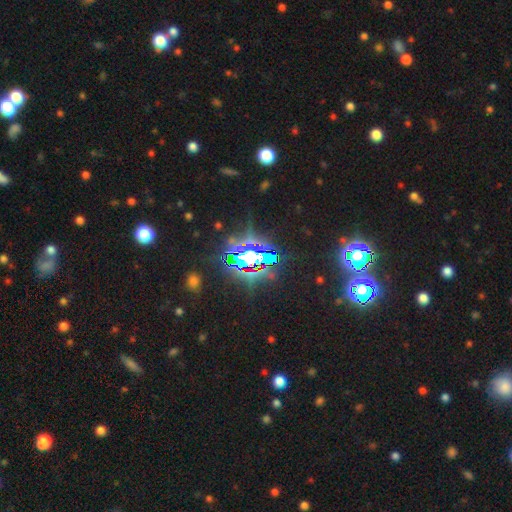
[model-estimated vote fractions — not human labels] Smooth or featured? Predicted: star or artifact (p=0.78).